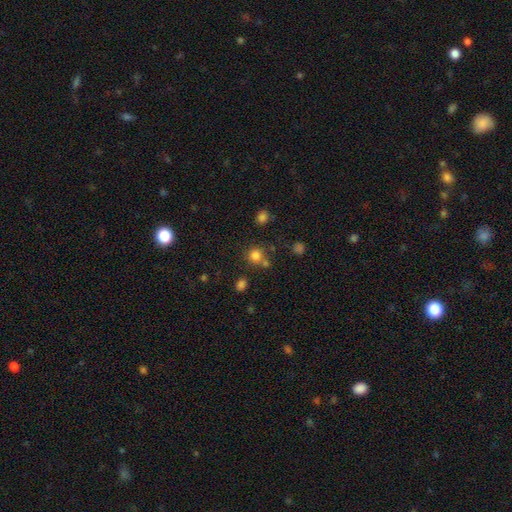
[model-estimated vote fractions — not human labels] A smooth galaxy with no disk features (78%) that is round (89%). Merging: none (65%).